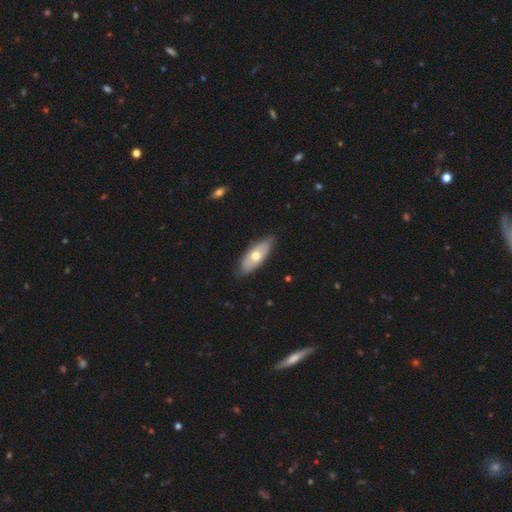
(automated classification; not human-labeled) A smooth galaxy with no disk features (58%) that is in between round and cigar-shaped (79%).

Vote fractions:
- Smooth or featured? smooth: 58% / featured or disk: 37% / star or artifact: 5%
- How rounded? in between: 79% / cigar-shaped: 19% / round: 3%
- Merging? none: 78% / minor disturbance: 18% / major disturbance: 3% / merger: 1%